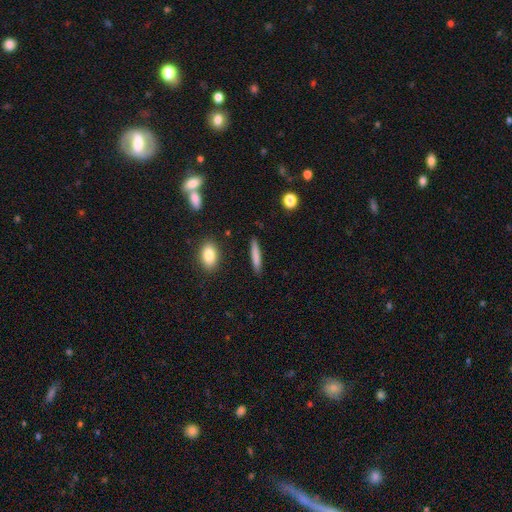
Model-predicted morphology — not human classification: Smooth or featured?
  - smooth: 78% *
  - featured or disk: 15%
  - star or artifact: 6%
How rounded?
  - cigar-shaped: 91% *
  - in between: 7%
  - round: 2%
Merging?
  - none: 89% *
  - minor disturbance: 7%
  - major disturbance: 2%
  - merger: 2%